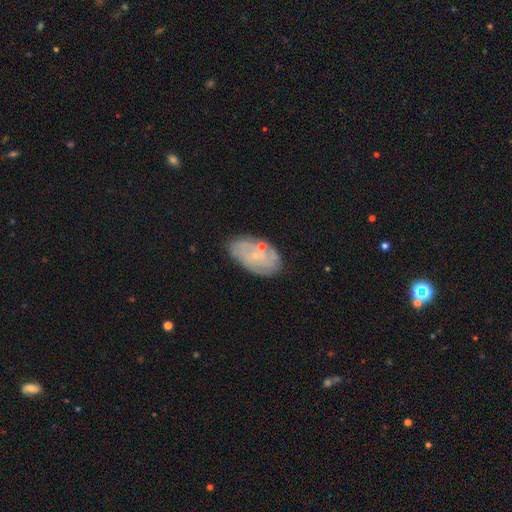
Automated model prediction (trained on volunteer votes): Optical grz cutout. It shows a featured or disk galaxy (55%) with no bar (70%), spiral arms (61%) and a small central bulge (75%). Merging: none (71%).